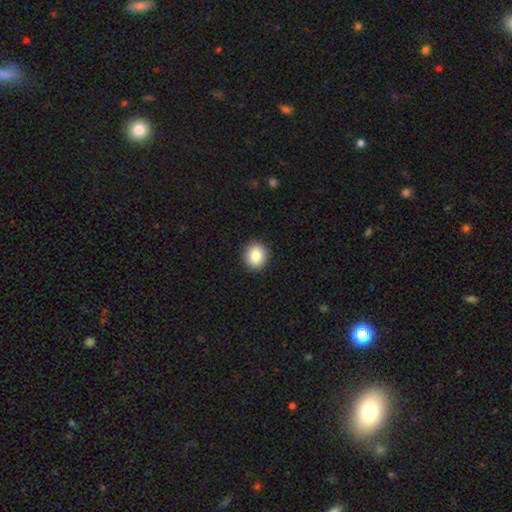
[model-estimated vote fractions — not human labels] Smooth or featured? Predicted: smooth (p=0.87). How rounded? Predicted: round (p=0.77). Merging? Predicted: none (p=0.92).